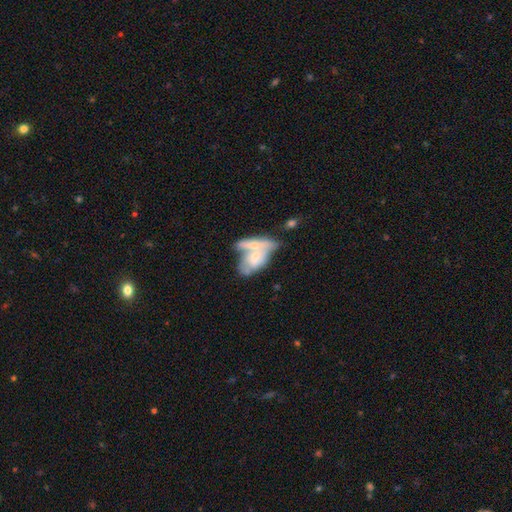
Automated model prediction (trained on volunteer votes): Smooth or featured?
  - featured or disk: 48% *
  - smooth: 46%
  - star or artifact: 7%
Merging?
  - merger: 64% *
  - none: 18%
  - minor disturbance: 11%
  - major disturbance: 7%